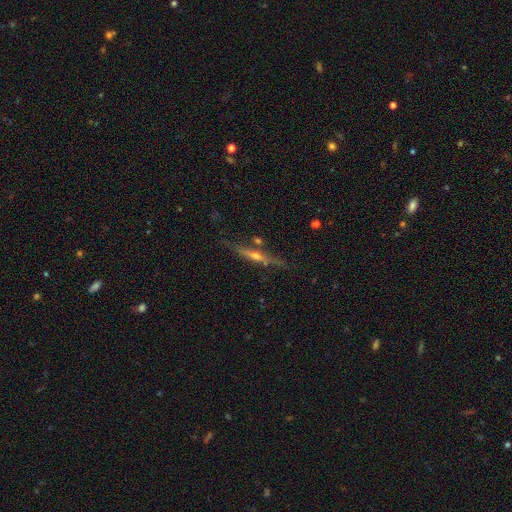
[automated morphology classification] type=featured or disk (74%); edge-on=yes (95%); edge-on bulge=rounded (79%); merging=none (77%).